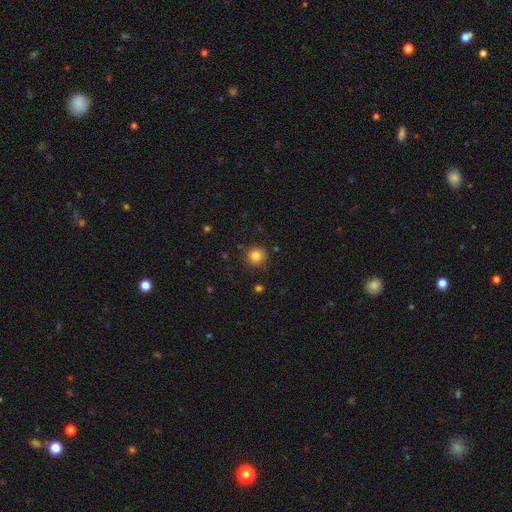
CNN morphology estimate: Smooth or featured? Predicted: smooth (p=0.84). How rounded? Predicted: round (p=0.94). Merging? Predicted: none (p=0.86).